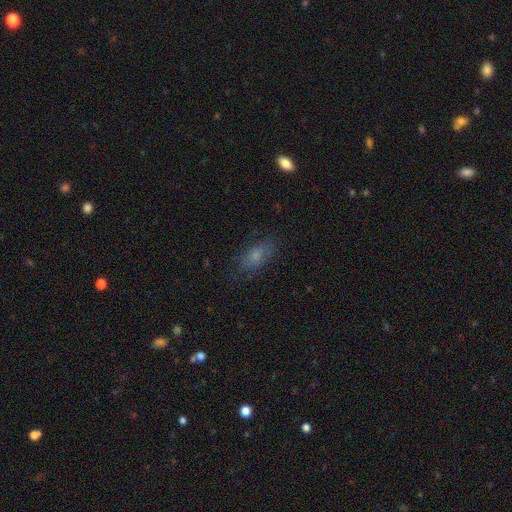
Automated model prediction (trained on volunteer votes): This is likely a smooth galaxy (70%). How rounded: clearly in between (82%). Merging: likely none (74%).